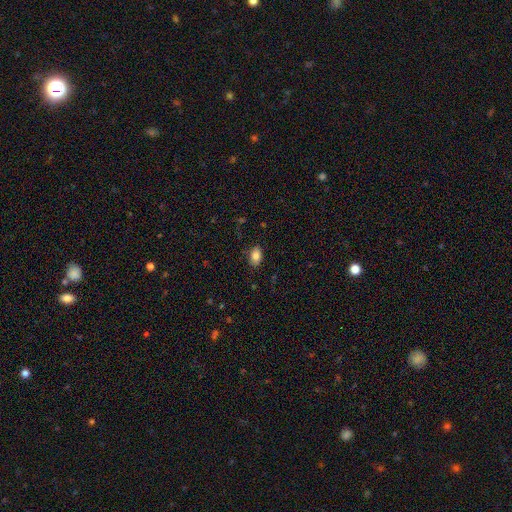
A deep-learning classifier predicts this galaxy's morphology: A smooth galaxy with no disk features (84%) that is in between round and cigar-shaped (86%).

Vote fractions:
- Smooth or featured? smooth: 84% / star or artifact: 9% / featured or disk: 7%
- How rounded? in between: 86% / round: 12% / cigar-shaped: 1%
- Merging? none: 85% / minor disturbance: 11% / major disturbance: 3% / merger: 1%